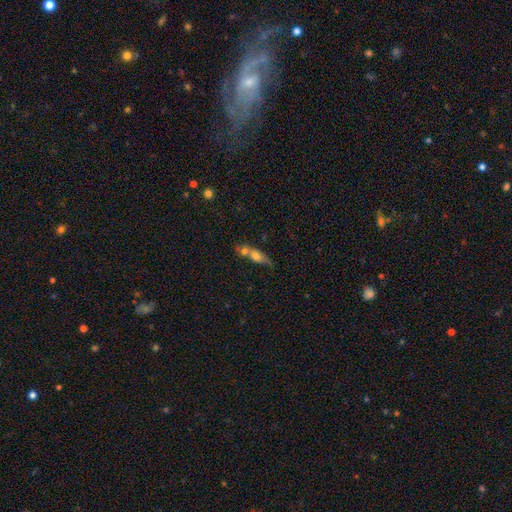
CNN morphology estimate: type=smooth (56%); roundness=in between (51%); merging=merger (52%).